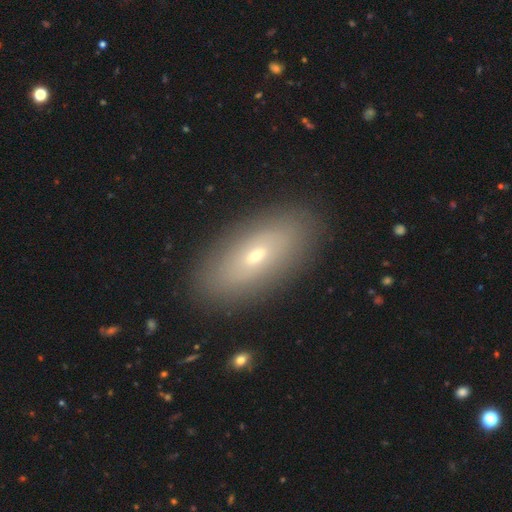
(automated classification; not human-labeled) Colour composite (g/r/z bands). It shows a smooth galaxy with no disk features (53%) that is in between round and cigar-shaped (83%). Merging: none (88%).